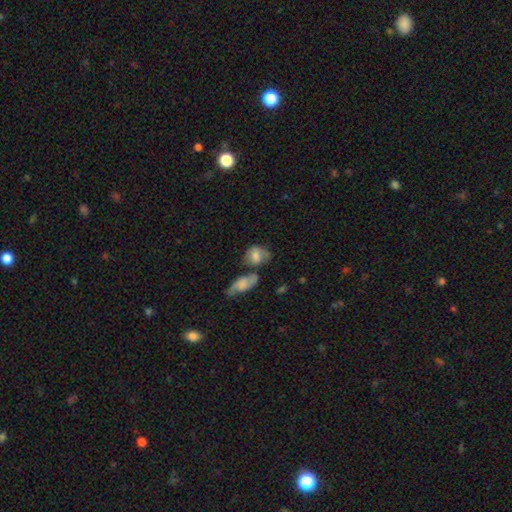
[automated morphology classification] Q: Smooth or featured?
A: smooth (64%); runner-up: featured or disk (28%)
Q: How rounded?
A: in between (65%); runner-up: round (33%)
Q: Merging?
A: none (37%); runner-up: merger (29%)